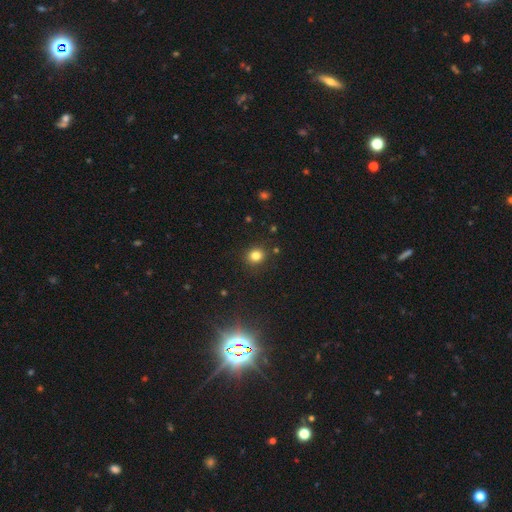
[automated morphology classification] smooth_or_featured: smooth (p=0.81) [alt: star or artifact p=0.13]
how_rounded: round (p=0.78) [alt: in between p=0.21]
merging: none (p=0.88) [alt: minor disturbance p=0.08]